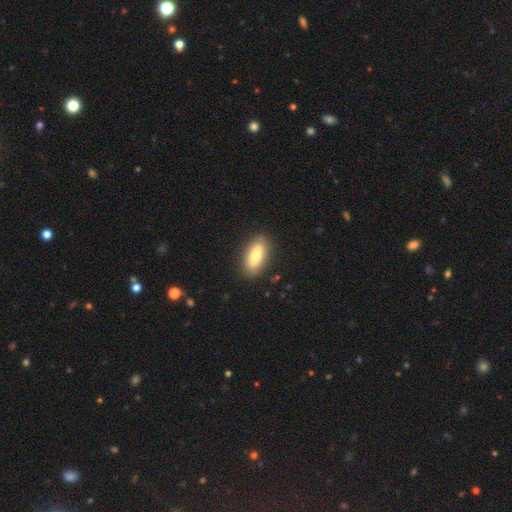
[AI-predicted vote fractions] A smooth galaxy with no disk features (79%) that is in between round and cigar-shaped (87%). Merging: none (84%).